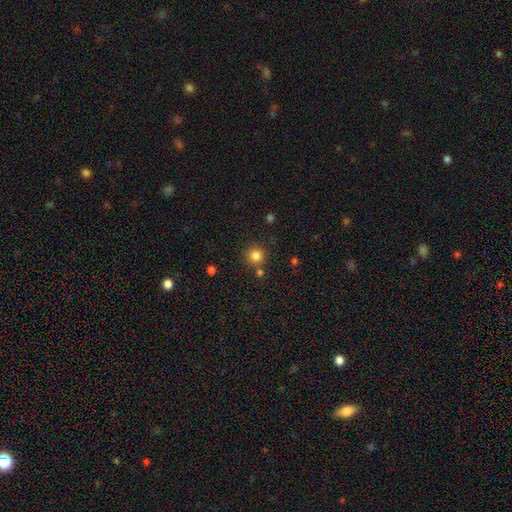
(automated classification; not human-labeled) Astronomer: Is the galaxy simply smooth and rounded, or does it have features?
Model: smooth — 83%.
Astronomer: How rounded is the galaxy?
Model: round — 94%.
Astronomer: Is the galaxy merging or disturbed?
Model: none — 81%.